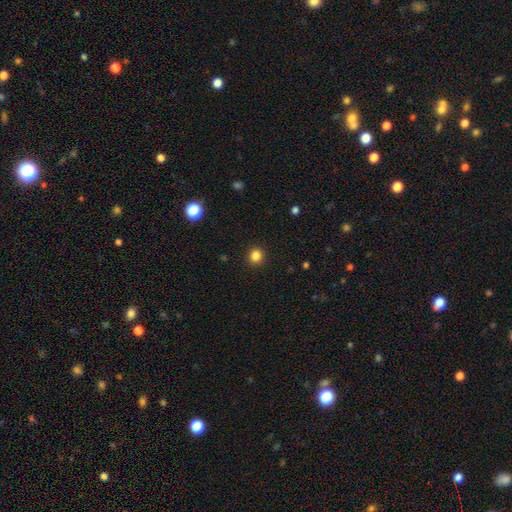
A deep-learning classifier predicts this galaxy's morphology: This is clearly a smooth galaxy (84%). How rounded: clearly round (88%). Merging: clearly none (92%).